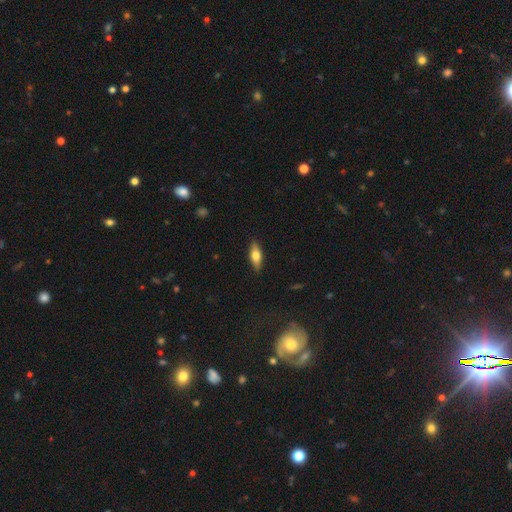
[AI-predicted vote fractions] smooth 60%, featured or disk 33%, star or artifact 7%. Down the decision tree: how rounded — in between (63%); merging — none (86%).